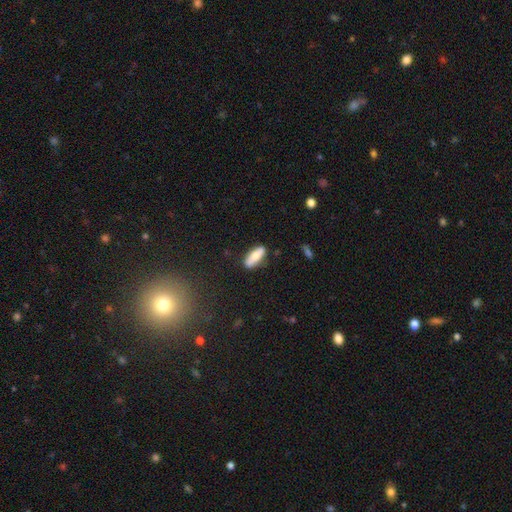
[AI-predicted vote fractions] A smooth galaxy with no disk features (71%) that is in between round and cigar-shaped (65%). Merging: none (80%).